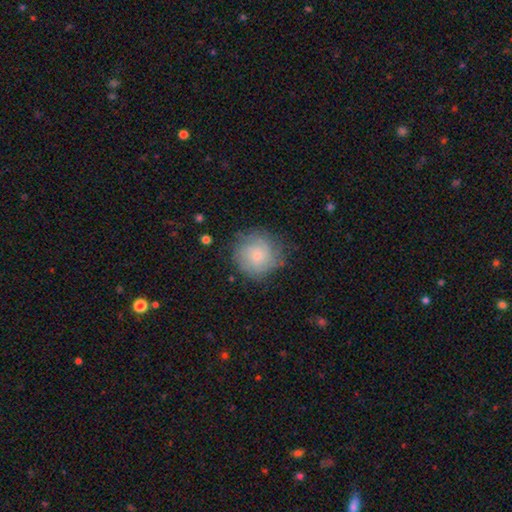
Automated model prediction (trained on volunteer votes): smooth 51%, featured or disk 41%, star or artifact 9%. Down the decision tree: how rounded — round (92%); merging — none (74%).